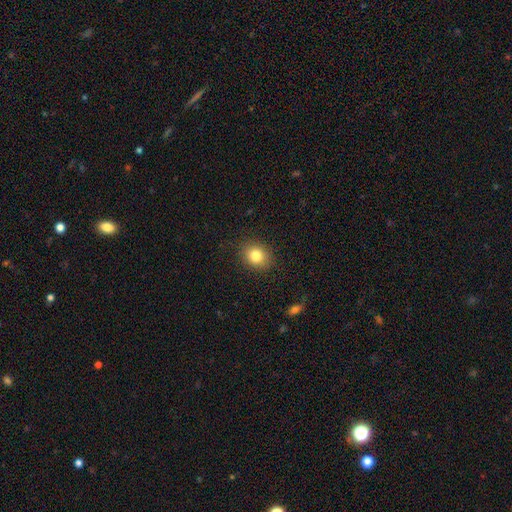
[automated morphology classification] Overall: smooth (82%). How rounded: round (61%; in between 38%). Merging: none (89%).